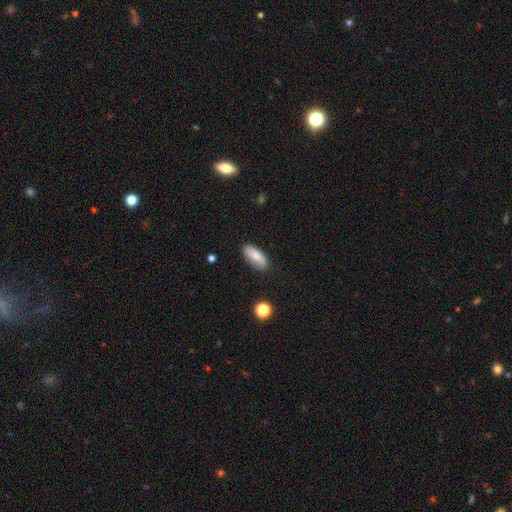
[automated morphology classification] smooth_or_featured: smooth (p=0.79) [alt: featured or disk p=0.14]
how_rounded: in between (p=0.78) [alt: cigar-shaped p=0.20]
merging: none (p=0.83) [alt: minor disturbance p=0.13]